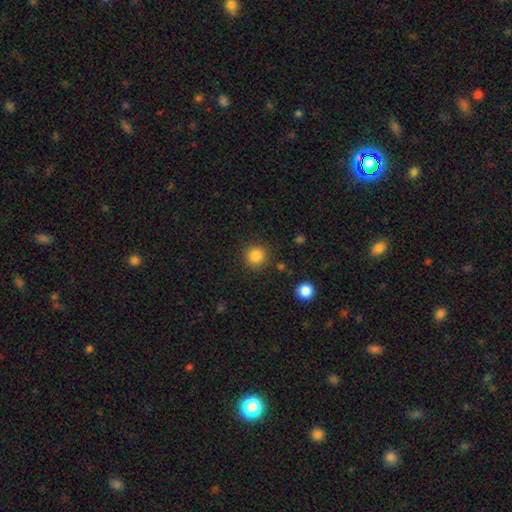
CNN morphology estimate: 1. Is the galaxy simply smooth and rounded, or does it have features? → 85% smooth, 11% star or artifact, 4% featured or disk.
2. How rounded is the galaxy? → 94% round, 6% in between, 1% cigar-shaped.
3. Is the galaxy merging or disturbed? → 89% none, 7% minor disturbance, 3% major disturbance, 2% merger.